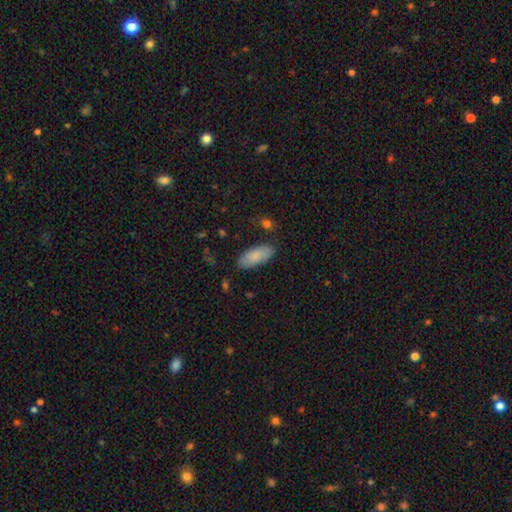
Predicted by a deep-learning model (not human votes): Smooth or featured? smooth (84%)
How rounded? in between (85%)
Merging? none (84%)